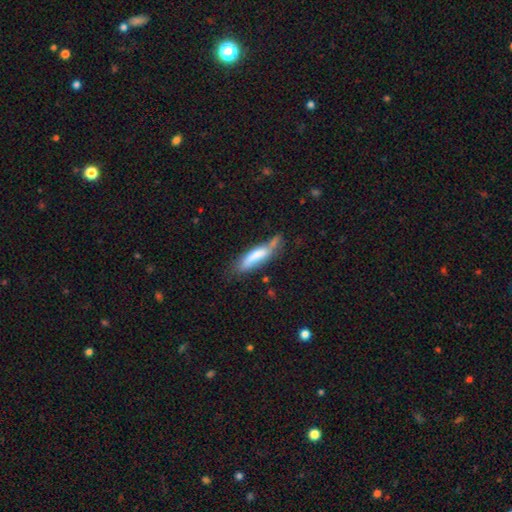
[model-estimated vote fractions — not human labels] The model was most divided on "merging": none: 42%, minor disturbance: 30%, major disturbance: 14%, merger: 13%. More confident: smooth or featured — smooth (67%); how rounded — cigar-shaped (62%).